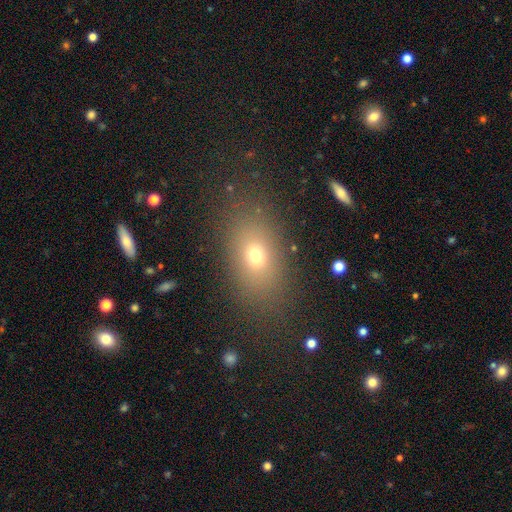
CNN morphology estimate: Smooth or featured? smooth (68%)
How rounded? in between (77%)
Merging? none (81%)